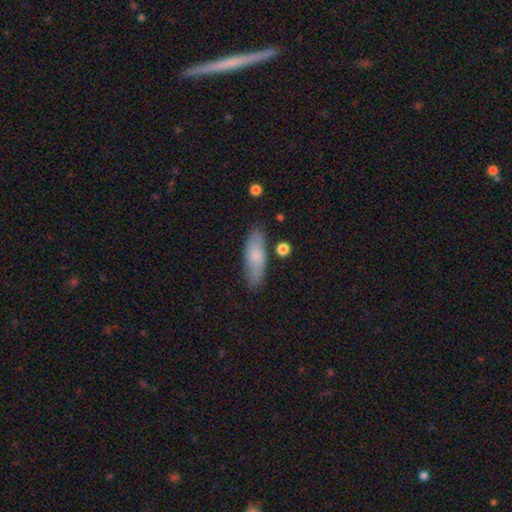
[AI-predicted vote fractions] This appears to be a smooth galaxy with no disk features (76%) that is in between round and cigar-shaped (64%). Merging: none (78%).